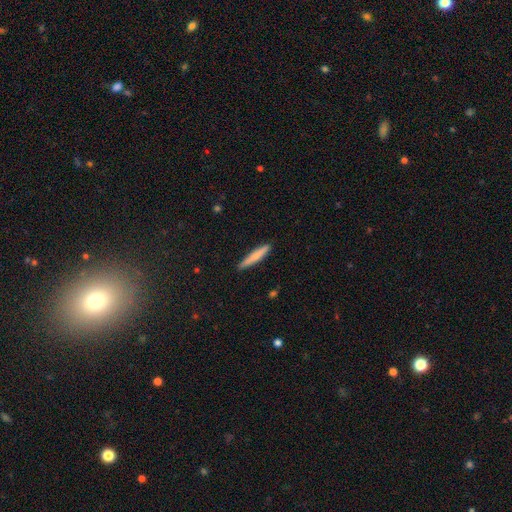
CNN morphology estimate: Smooth or featured: smooth — 71% (featured or disk — 23%)
How rounded: cigar-shaped — 93% (in between — 5%)
Merging: none — 88% (minor disturbance — 9%)